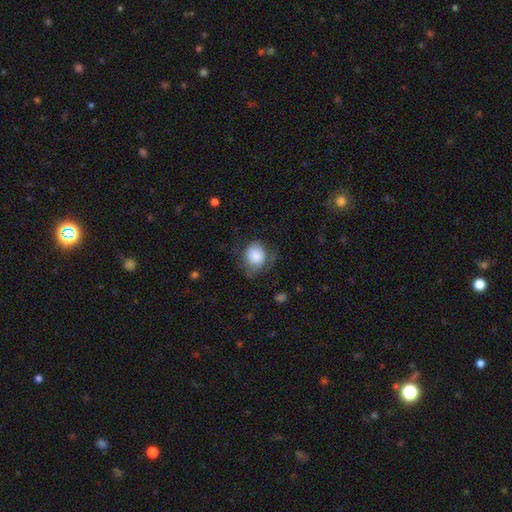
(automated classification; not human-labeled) Morphology: type=smooth (79%); roundness=round (68%); merging=none (50%).